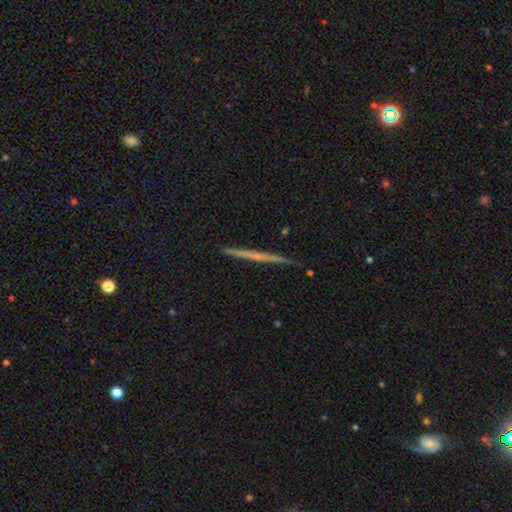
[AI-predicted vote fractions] This is likely a featured or disk galaxy (60%). It is clearly viewed edge-on (98%). Edge-on bulge: likely none (80%). Merging: clearly none (91%).